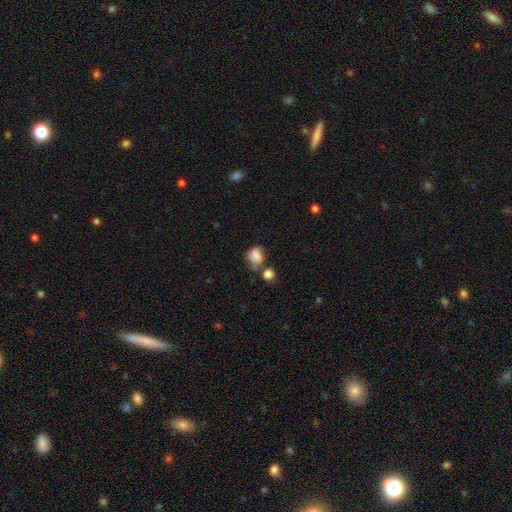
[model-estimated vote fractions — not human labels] This appears to be a smooth galaxy with no disk features (78%) that is in between round and cigar-shaped (56%). Merging: none (39%).